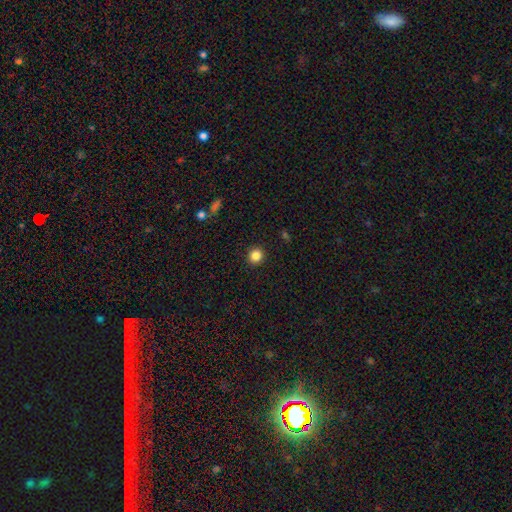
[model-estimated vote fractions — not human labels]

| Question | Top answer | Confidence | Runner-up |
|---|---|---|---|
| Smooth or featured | smooth | 85% | star or artifact (11%) |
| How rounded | round | 90% | in between (10%) |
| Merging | none | 92% | minor disturbance (5%) |